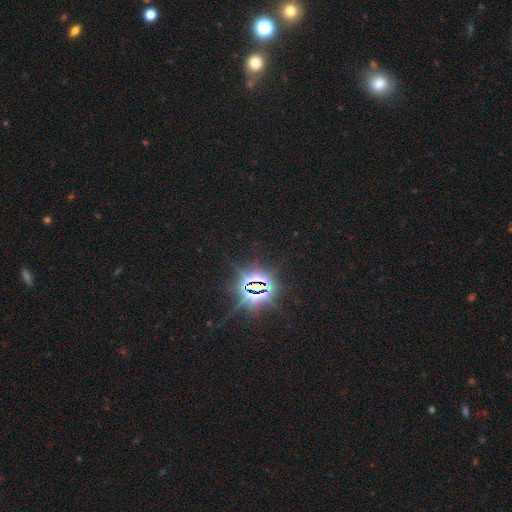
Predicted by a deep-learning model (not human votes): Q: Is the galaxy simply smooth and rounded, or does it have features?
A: star or artifact — 85%.